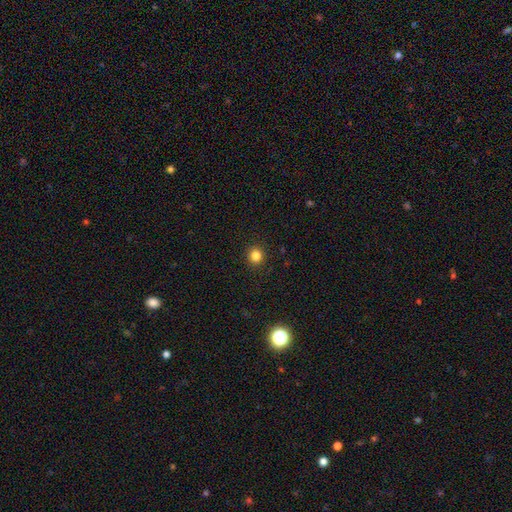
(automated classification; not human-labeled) smooth 84%, star or artifact 12%, featured or disk 4%. Down the decision tree: how rounded — round (90%); merging — none (92%).